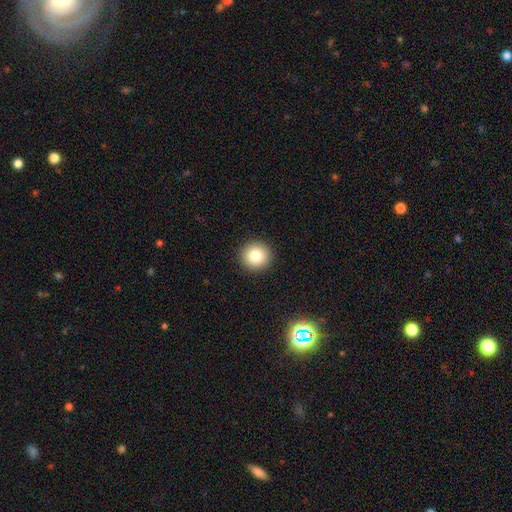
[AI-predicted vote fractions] smooth 82%, star or artifact 10%, featured or disk 8%. Down the decision tree: how rounded — round (94%); merging — none (93%).